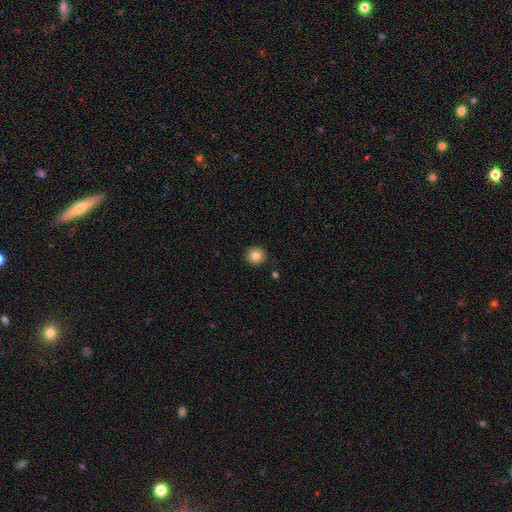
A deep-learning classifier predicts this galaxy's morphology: This is clearly a smooth galaxy (83%). How rounded: clearly round (93%). Merging: clearly none (91%).